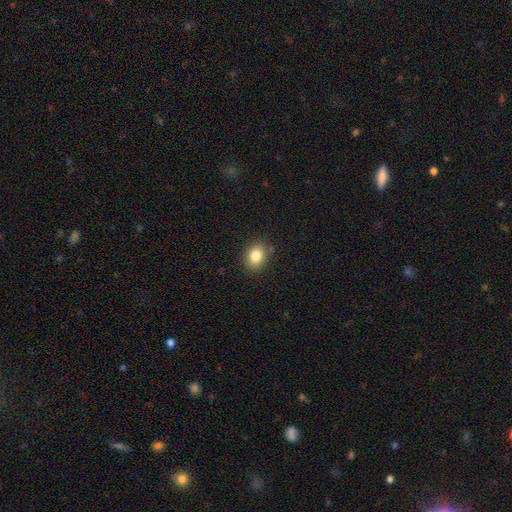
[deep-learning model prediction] The model was most divided on "how rounded": in between: 59%, round: 40%, cigar-shaped: 1%. More confident: merging — none (86%); smooth or featured — smooth (83%).